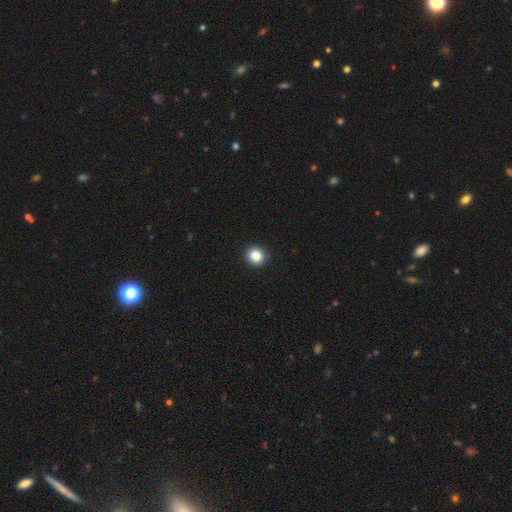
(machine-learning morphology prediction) The model was most divided on "smooth or featured": smooth: 85%, star or artifact: 10%, featured or disk: 4%. More confident: merging — none (93%); how rounded — round (89%).